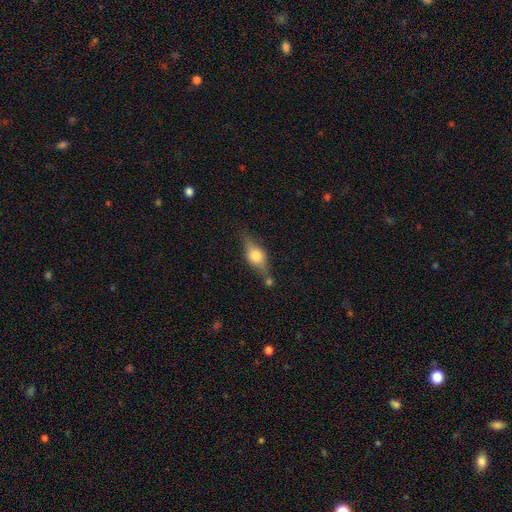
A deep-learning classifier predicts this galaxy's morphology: Smooth or featured: smooth — 46% (tied with featured or disk — 46%)
Merging: none — 63% (minor disturbance — 19%)